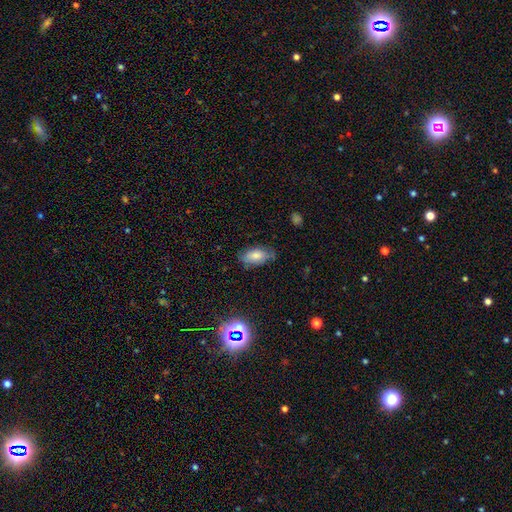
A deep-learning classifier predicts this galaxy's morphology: Smooth or featured? smooth (78%)
How rounded? in between (92%)
Merging? none (70%)